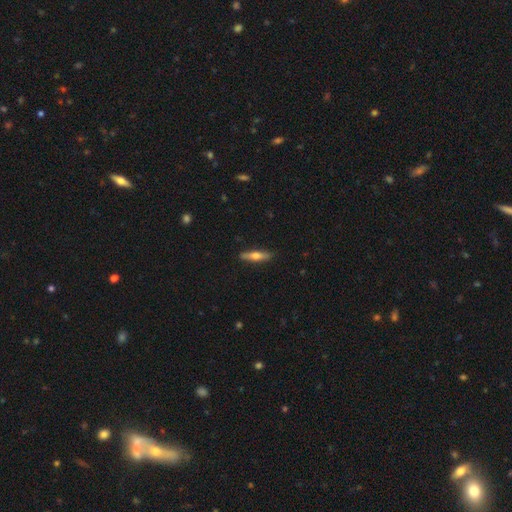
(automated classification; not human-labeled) Smooth or featured? Predicted: smooth (p=0.48). Merging? Predicted: none (p=0.88).